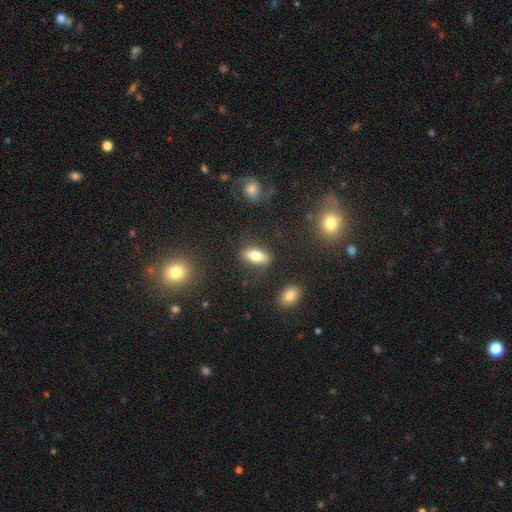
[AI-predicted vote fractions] Smooth or featured: smooth — 77% (featured or disk — 14%)
How rounded: in between — 79% (cigar-shaped — 16%)
Merging: none — 83% (minor disturbance — 11%)